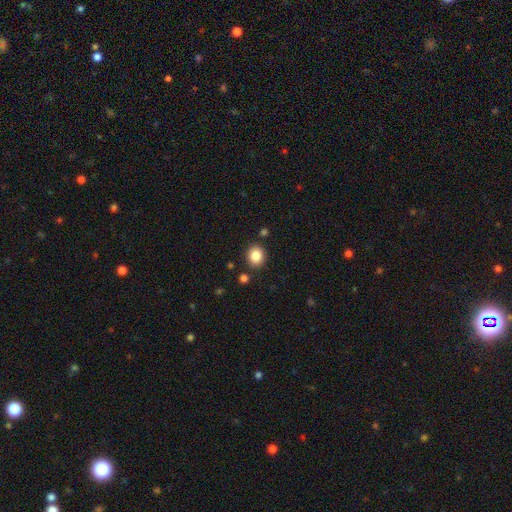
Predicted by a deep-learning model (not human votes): Smooth or featured? Predicted: smooth (p=0.86). How rounded? Predicted: round (p=0.70). Merging? Predicted: none (p=0.86).